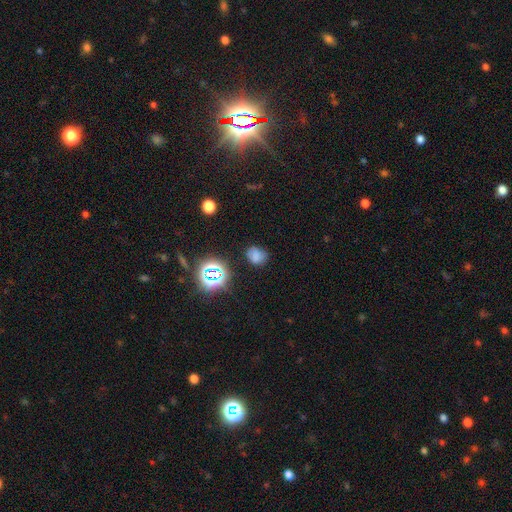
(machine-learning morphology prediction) type=smooth (66%); roundness=round (53%); merging=none (71%).